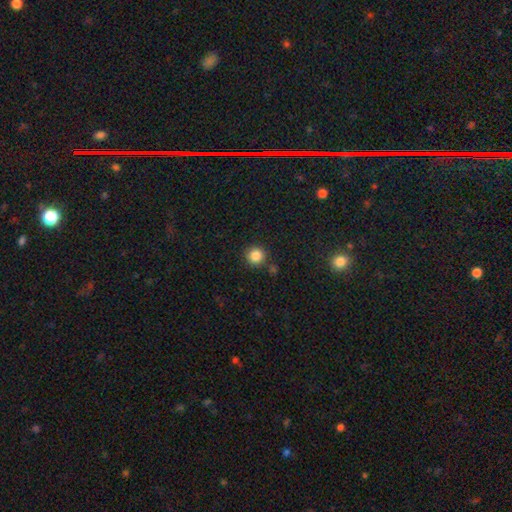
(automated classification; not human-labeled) Smooth or featured? Predicted: smooth (p=0.85). How rounded? Predicted: round (p=0.95). Merging? Predicted: none (p=0.87).